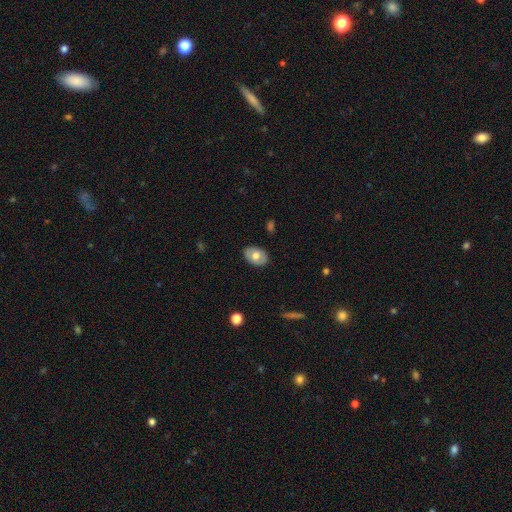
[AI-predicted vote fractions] This appears to be a smooth galaxy with no disk features (64%) that is in between round and cigar-shaped (81%). Merging: none (86%).